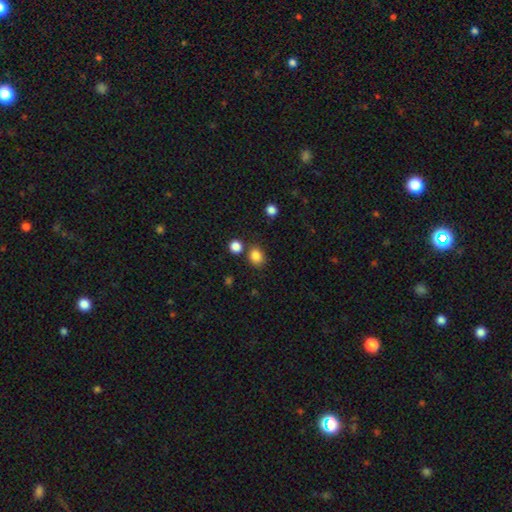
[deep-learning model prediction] Smooth or featured: smooth — 84% (star or artifact — 12%)
How rounded: round — 60% (in between — 39%)
Merging: none — 74% (merger — 12%)